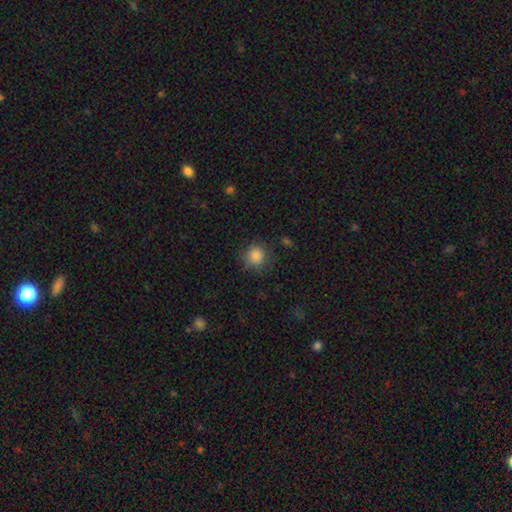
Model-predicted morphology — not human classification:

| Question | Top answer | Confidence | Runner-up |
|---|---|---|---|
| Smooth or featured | smooth | 86% | star or artifact (11%) |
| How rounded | round | 91% | in between (8%) |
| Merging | none | 83% | minor disturbance (12%) |